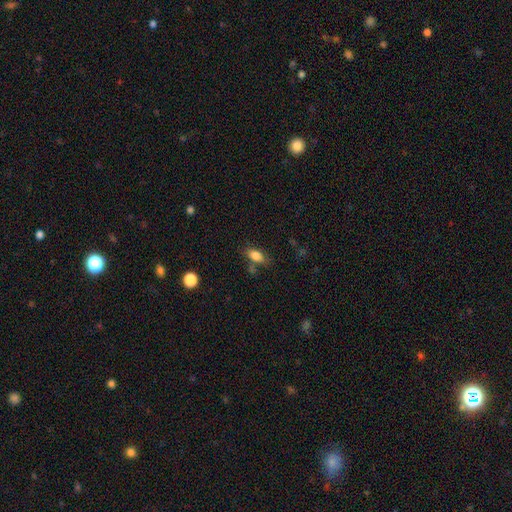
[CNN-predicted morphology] The model was most divided on "merging": none: 70%, minor disturbance: 18%, merger: 7%, major disturbance: 5%. More confident: how rounded — in between (85%); smooth or featured — smooth (83%).